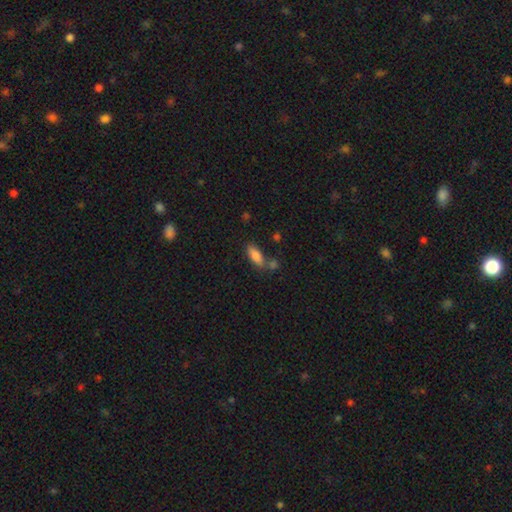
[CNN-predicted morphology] Overall: smooth (83%). How rounded: in between (75%). Merging: none (60%; merger 20%).